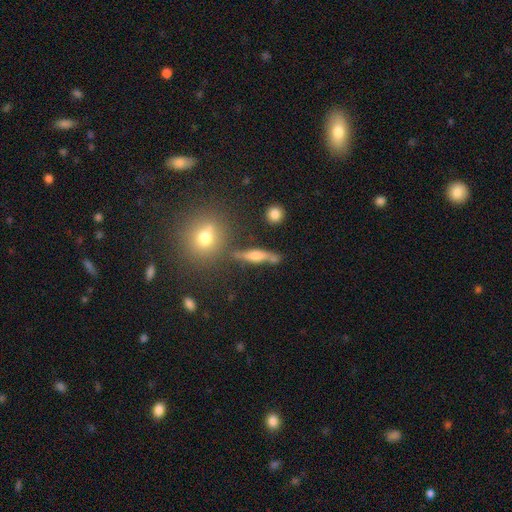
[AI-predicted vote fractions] Smooth or featured? Predicted: featured or disk (p=0.49). Merging? Predicted: none (p=0.66).